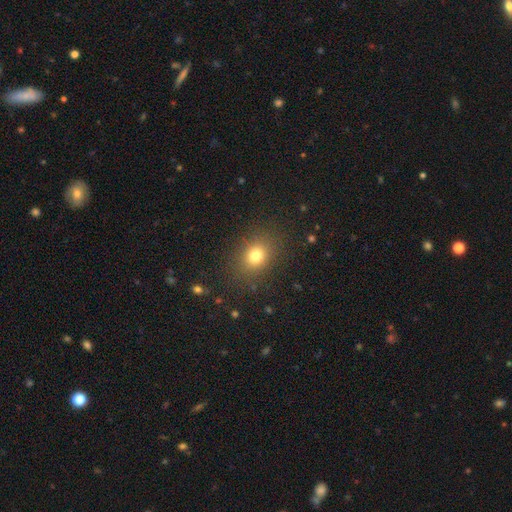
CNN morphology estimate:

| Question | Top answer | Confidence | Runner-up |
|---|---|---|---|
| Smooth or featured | smooth | 76% | star or artifact (15%) |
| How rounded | round | 52% | in between (47%) |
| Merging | none | 85% | minor disturbance (10%) |